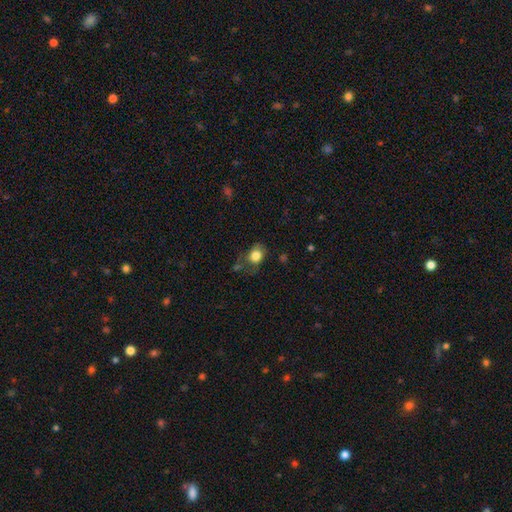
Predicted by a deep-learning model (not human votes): Smooth or featured? Predicted: smooth (p=0.81). How rounded? Predicted: round (p=0.55). Merging? Predicted: none (p=0.53).